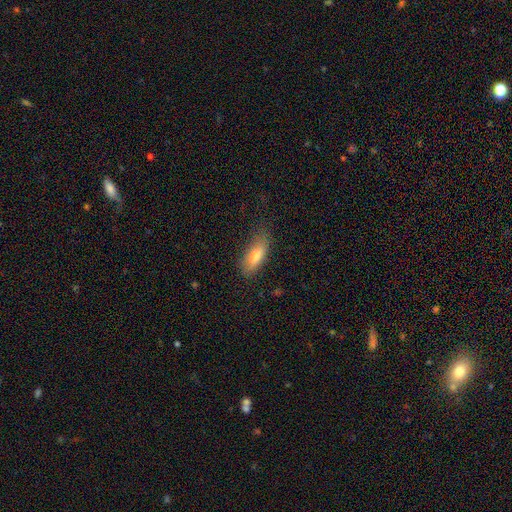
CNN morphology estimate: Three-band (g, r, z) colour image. It shows a smooth galaxy with no disk features (78%) that is in between round and cigar-shaped (71%). Merging: none (66%).